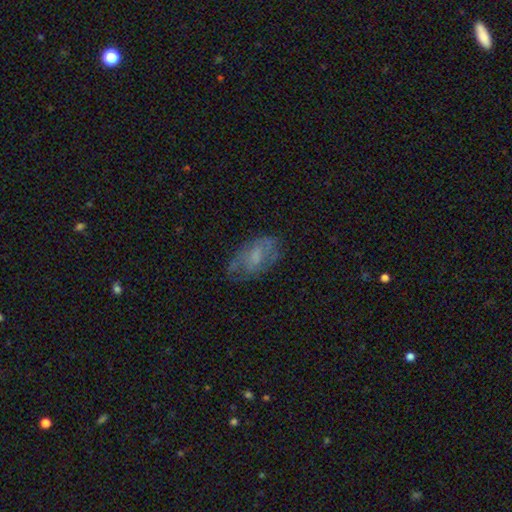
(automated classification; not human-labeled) Overall: featured or disk (46%; smooth 44%). Merging: none (57%; minor disturbance 26%).